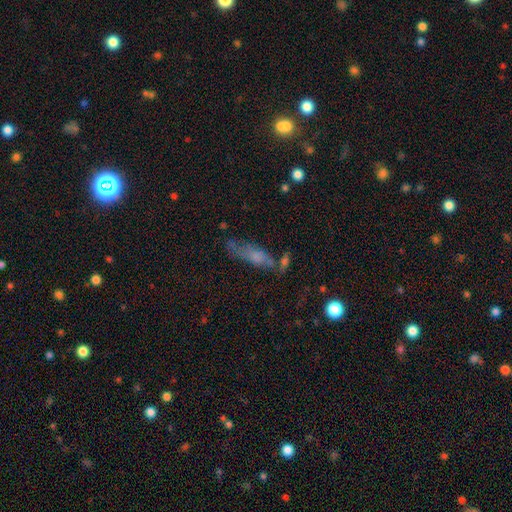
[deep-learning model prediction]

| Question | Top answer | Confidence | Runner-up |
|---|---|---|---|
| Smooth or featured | smooth | 51% | featured or disk (33%) |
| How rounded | cigar-shaped | 51% | in between (45%) |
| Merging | none | 45% | minor disturbance (24%) |